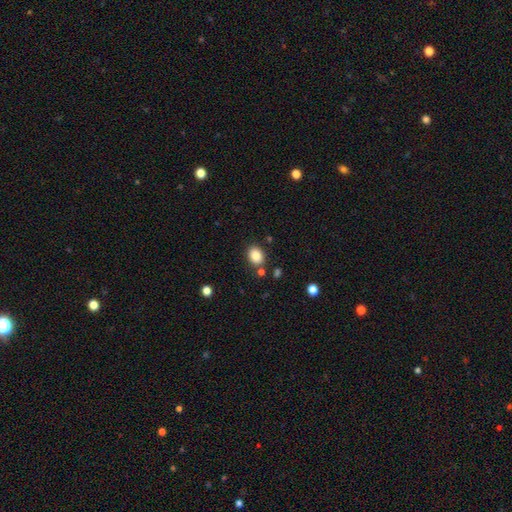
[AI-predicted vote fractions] The model was most divided on "how rounded": in between: 60%, round: 40%, cigar-shaped: 1%. More confident: smooth or featured — smooth (86%); merging — none (81%).